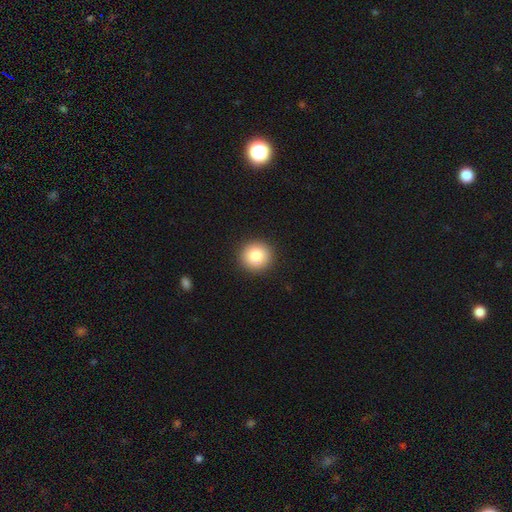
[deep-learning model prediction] Smooth or featured: smooth — 85% (star or artifact — 9%)
How rounded: round — 94% (in between — 5%)
Merging: none — 92% (minor disturbance — 5%)